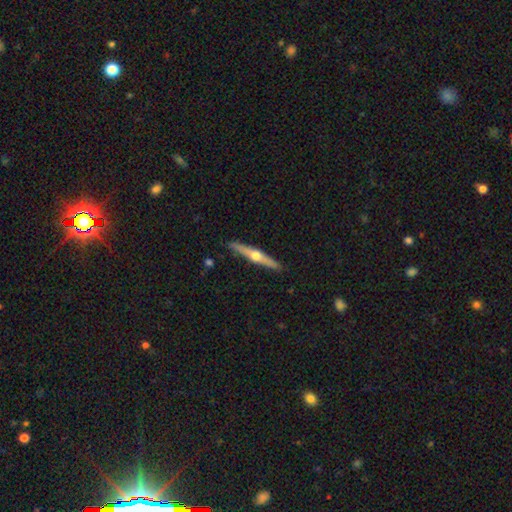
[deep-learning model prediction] A featured or disk galaxy (70%) viewed edge-on (97%) with a rounded central bulge (94%).

Vote fractions:
- Smooth or featured? featured or disk: 70% / smooth: 24% / star or artifact: 5%
- Edge-on disk? yes: 97% / no: 3%
- Edge-on bulge? rounded: 94% / none: 3% / boxy: 2%
- Merging? none: 90% / minor disturbance: 7% / major disturbance: 1% / merger: 1%